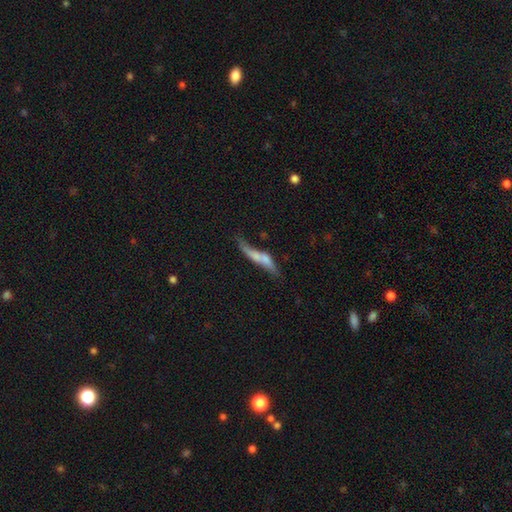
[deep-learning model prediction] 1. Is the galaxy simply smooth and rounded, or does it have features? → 49% featured or disk, 42% smooth, 9% star or artifact.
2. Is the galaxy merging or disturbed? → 35% none, 25% merger, 21% minor disturbance, 19% major disturbance.